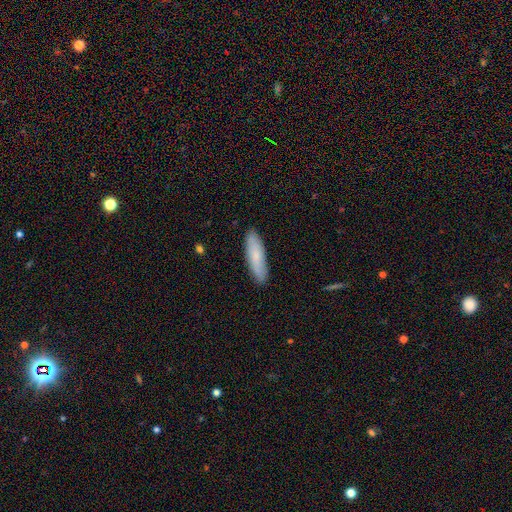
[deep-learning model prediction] smooth 78%, featured or disk 16%, star or artifact 6%. Down the decision tree: how rounded — cigar-shaped (66%); merging — none (89%).